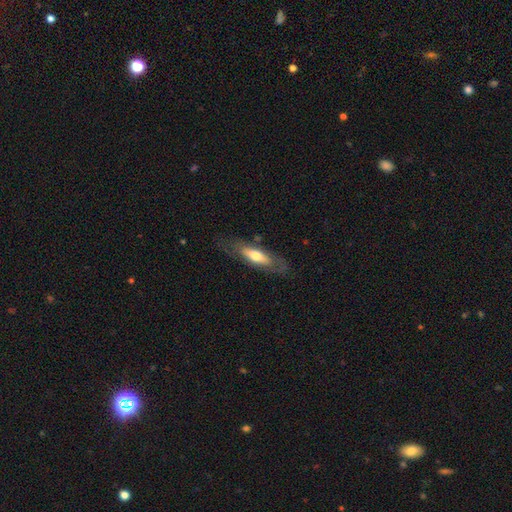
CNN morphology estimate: smooth 51%, featured or disk 43%, star or artifact 6%. Down the decision tree: how rounded — in between (52%); merging — none (73%).